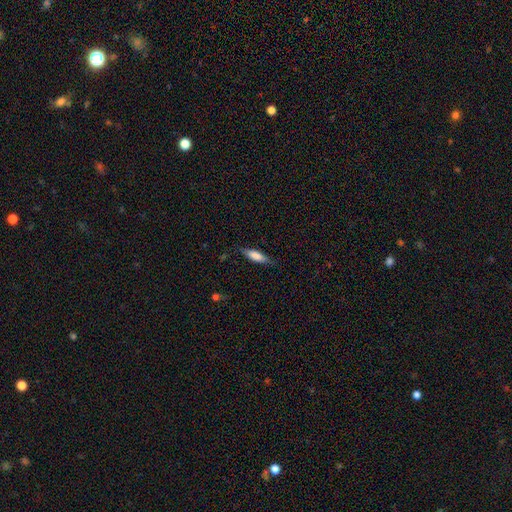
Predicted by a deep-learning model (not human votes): smooth_or_featured: smooth (p=0.75) [alt: featured or disk p=0.19]
how_rounded: cigar-shaped (p=0.55) [alt: in between p=0.43]
merging: none (p=0.81) [alt: minor disturbance p=0.15]